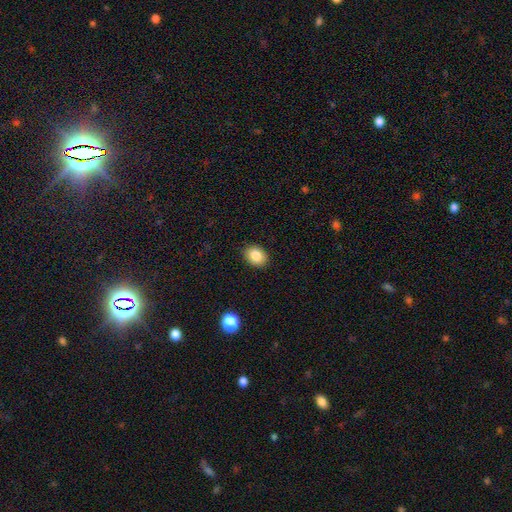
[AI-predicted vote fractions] Smooth or featured: smooth — 85% (star or artifact — 9%)
How rounded: in between — 55% (round — 44%)
Merging: none — 90% (minor disturbance — 7%)